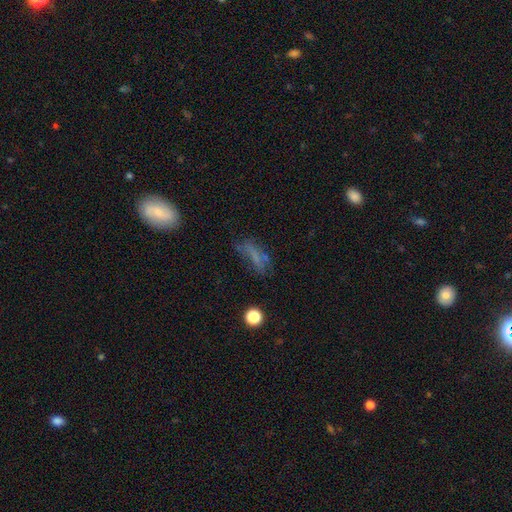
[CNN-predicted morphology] A smooth galaxy with no disk features (55%) that is cigar-shaped (49%).

Vote fractions:
- Smooth or featured? smooth: 55% / featured or disk: 26% / star or artifact: 20%
- How rounded? cigar-shaped: 49% / in between: 45% / round: 7%
- Merging? none: 50% / minor disturbance: 24% / major disturbance: 20% / merger: 6%